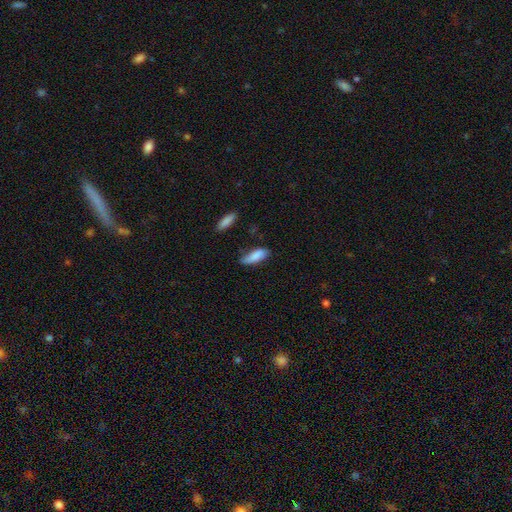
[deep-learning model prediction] This is clearly a smooth galaxy (85%). How rounded: likely in between (66%). Merging: likely none (66%).